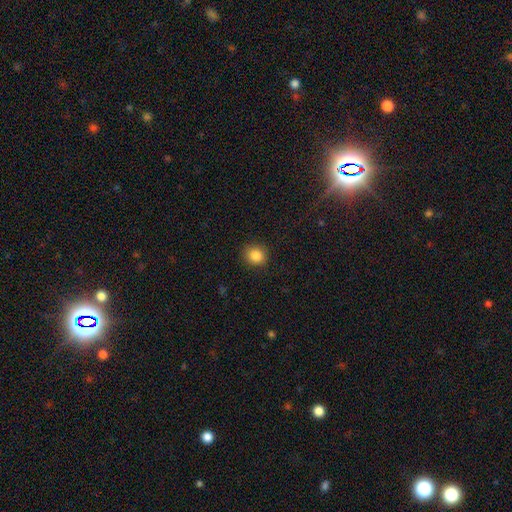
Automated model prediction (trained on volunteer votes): This is clearly a smooth galaxy (85%). How rounded: clearly round (83%). Merging: clearly none (90%).